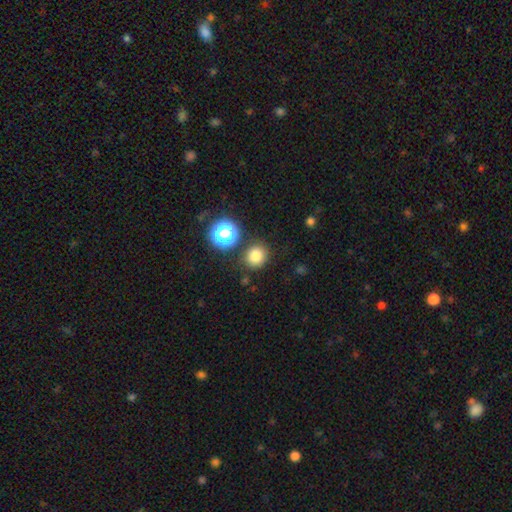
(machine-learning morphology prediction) Q: Smooth or featured?
A: smooth (80%); runner-up: star or artifact (14%)
Q: How rounded?
A: round (86%); runner-up: in between (13%)
Q: Merging?
A: none (84%); runner-up: minor disturbance (8%)